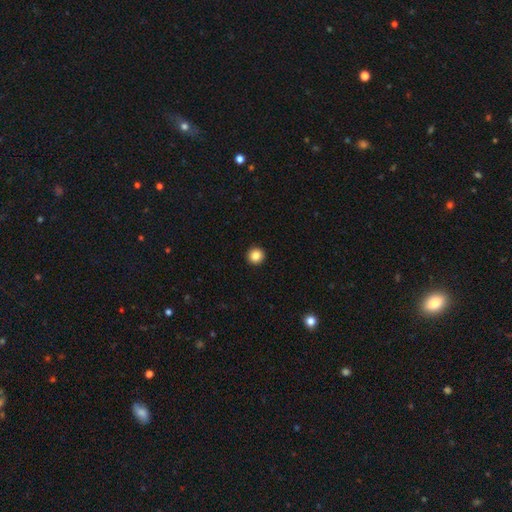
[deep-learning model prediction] Smooth or featured? Predicted: smooth (p=0.85). How rounded? Predicted: round (p=0.95). Merging? Predicted: none (p=0.94).